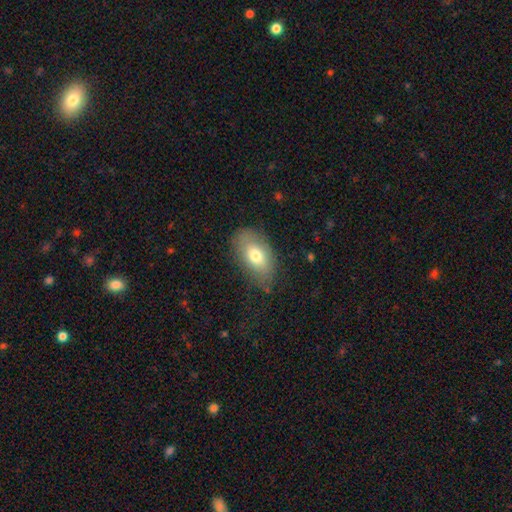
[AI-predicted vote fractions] This is likely a smooth galaxy (73%). How rounded: clearly in between (91%). Merging: likely none (75%).